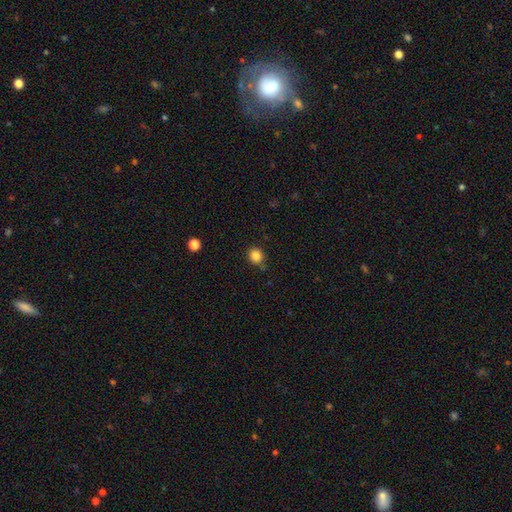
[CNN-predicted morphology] A smooth galaxy with no disk features (85%) that is round (87%).

Vote fractions:
- Smooth or featured? smooth: 85% / star or artifact: 11% / featured or disk: 4%
- How rounded? round: 87% / in between: 12% / cigar-shaped: 1%
- Merging? none: 79% / minor disturbance: 15% / merger: 3% / major disturbance: 3%